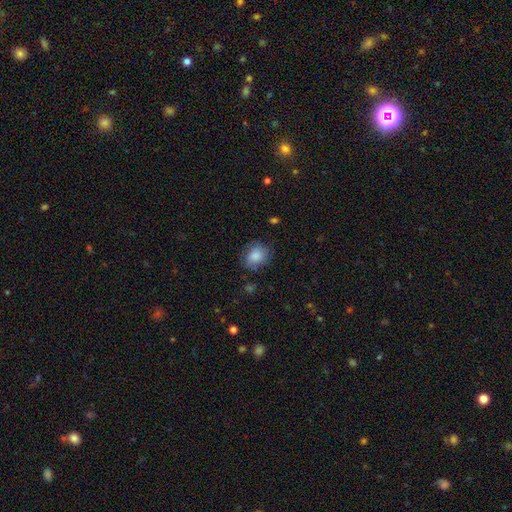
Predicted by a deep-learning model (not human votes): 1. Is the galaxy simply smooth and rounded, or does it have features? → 84% smooth, 9% featured or disk, 7% star or artifact.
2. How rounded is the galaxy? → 53% round, 46% in between, 1% cigar-shaped.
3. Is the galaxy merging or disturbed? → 74% none, 19% minor disturbance, 6% major disturbance, 1% merger.